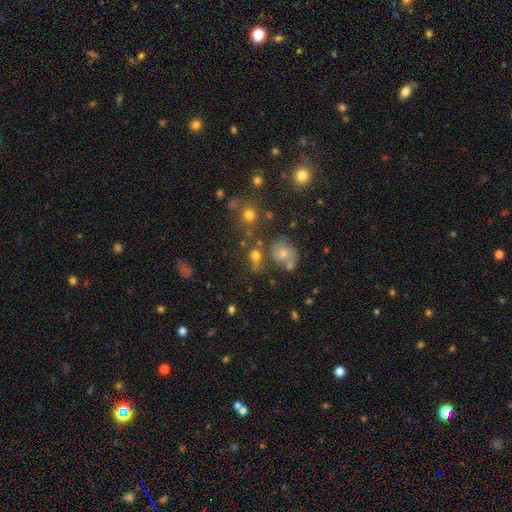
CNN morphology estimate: This is likely a smooth galaxy (62%). How rounded: likely round (64%). Merging: possibly none (52%).